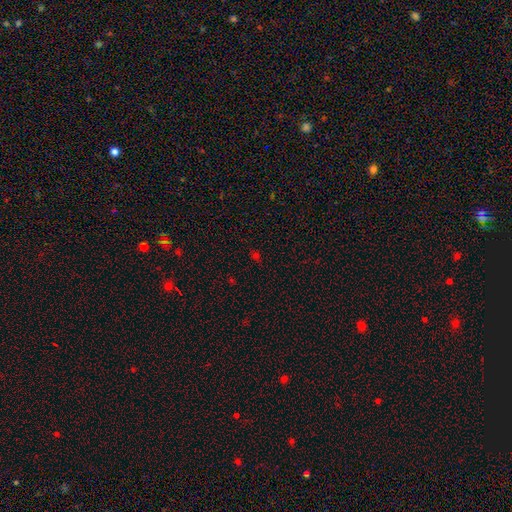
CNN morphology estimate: type=star or artifact (50%).